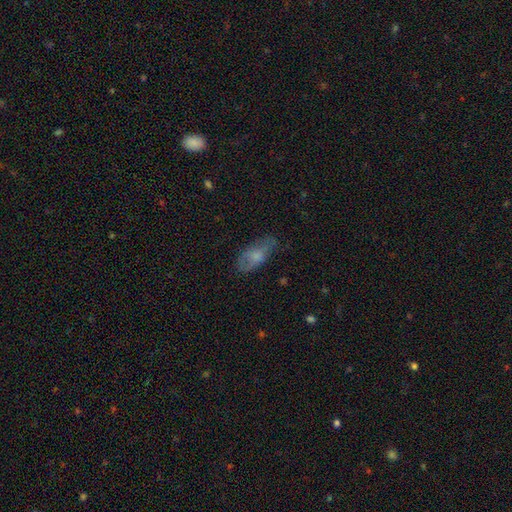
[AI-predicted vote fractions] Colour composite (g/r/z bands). It shows a smooth galaxy with no disk features (62%) that is in between round and cigar-shaped (85%). Merging: none (59%).